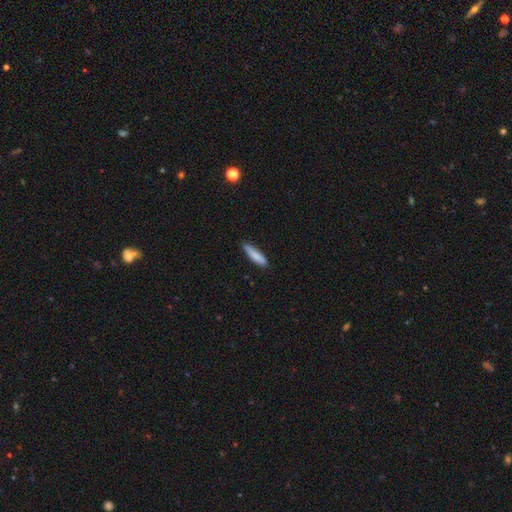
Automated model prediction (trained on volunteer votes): A smooth galaxy with no disk features (84%) that is cigar-shaped (80%). Merging: none (81%).